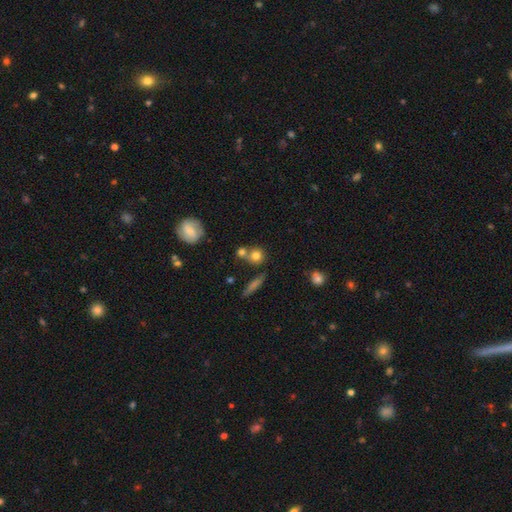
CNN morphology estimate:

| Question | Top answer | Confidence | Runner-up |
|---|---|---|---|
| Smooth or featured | smooth | 76% | featured or disk (12%) |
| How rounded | round | 83% | in between (14%) |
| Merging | none | 52% | merger (34%) |